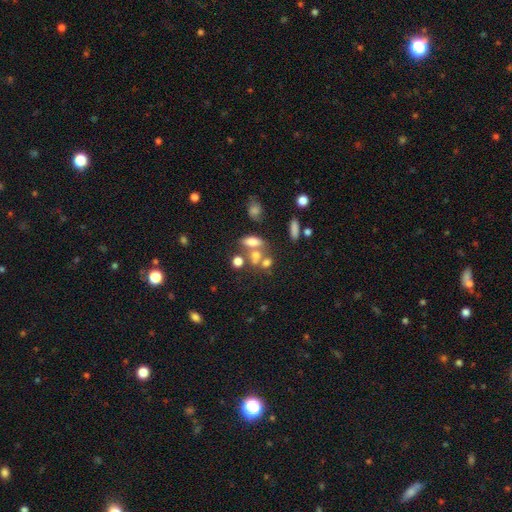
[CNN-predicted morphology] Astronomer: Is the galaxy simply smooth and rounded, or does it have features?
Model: smooth — 62%.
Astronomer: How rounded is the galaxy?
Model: in between — 58% (runner-up: round, 36%).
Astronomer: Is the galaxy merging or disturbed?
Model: merger — 48% (runner-up: none, 33%).